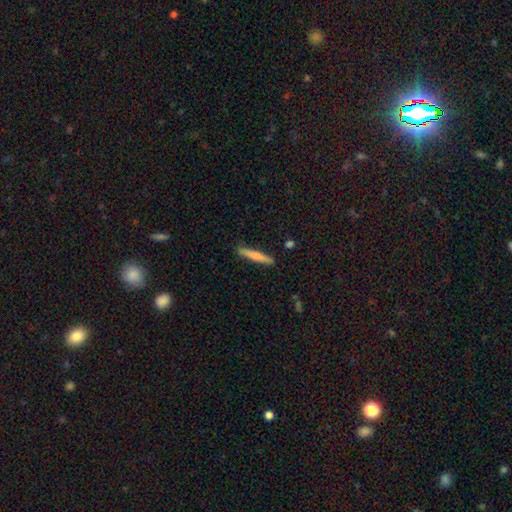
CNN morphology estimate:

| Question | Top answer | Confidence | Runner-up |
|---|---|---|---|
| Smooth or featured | smooth | 71% | featured or disk (23%) |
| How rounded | cigar-shaped | 93% | in between (5%) |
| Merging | none | 88% | minor disturbance (9%) |